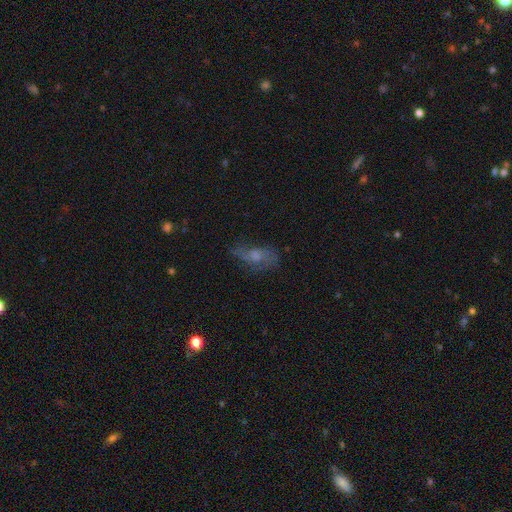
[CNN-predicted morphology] Overall: featured or disk (49%; smooth 37%). Merging: none (53%; minor disturbance 25%).